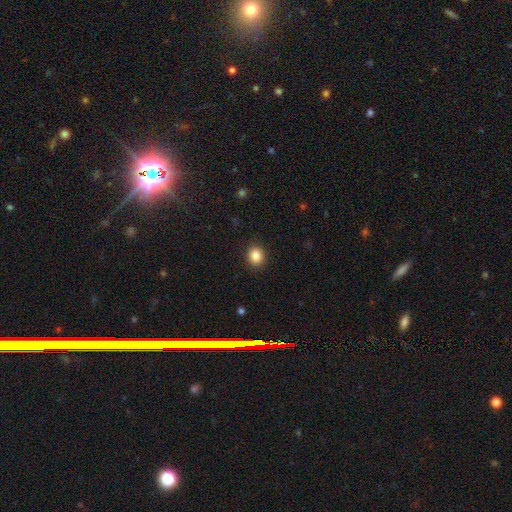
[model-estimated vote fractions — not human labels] A smooth galaxy with no disk features (86%) that is round (72%).

Vote fractions:
- Smooth or featured? smooth: 86% / star or artifact: 10% / featured or disk: 5%
- How rounded? round: 72% / in between: 27% / cigar-shaped: 1%
- Merging? none: 91% / minor disturbance: 6% / major disturbance: 2% / merger: 1%